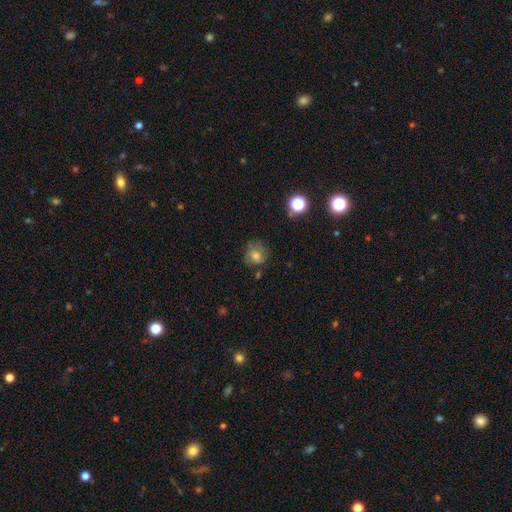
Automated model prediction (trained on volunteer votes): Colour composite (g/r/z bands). It shows a smooth galaxy with no disk features (65%) that is round (74%). Merging: none (59%).